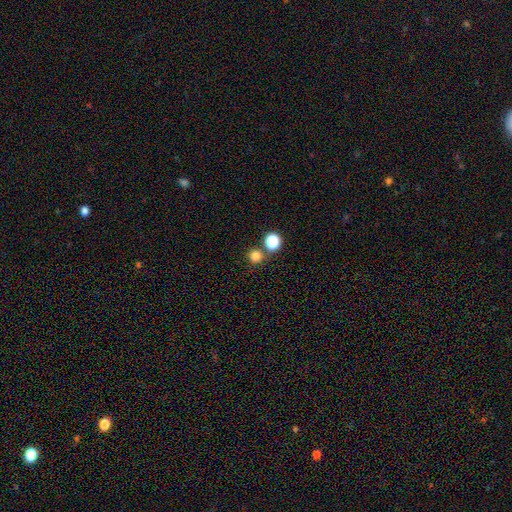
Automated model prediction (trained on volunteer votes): Smooth or featured: smooth — 80% (star or artifact — 16%)
How rounded: round — 93% (in between — 6%)
Merging: none — 73% (merger — 17%)